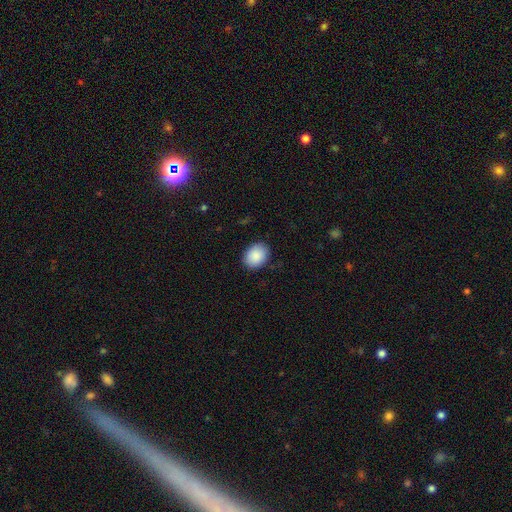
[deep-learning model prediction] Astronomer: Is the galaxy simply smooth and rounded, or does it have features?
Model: smooth — 89%.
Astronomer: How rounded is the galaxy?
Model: in between — 63%.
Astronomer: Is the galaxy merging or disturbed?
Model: none — 86%.